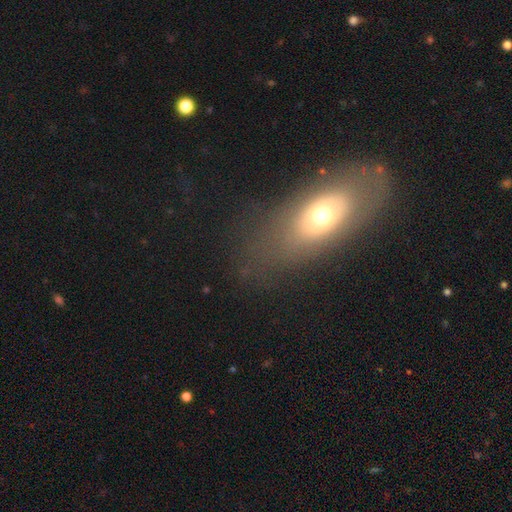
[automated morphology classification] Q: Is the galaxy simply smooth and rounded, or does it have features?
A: smooth — 46%.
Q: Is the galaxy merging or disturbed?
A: none — 71%.